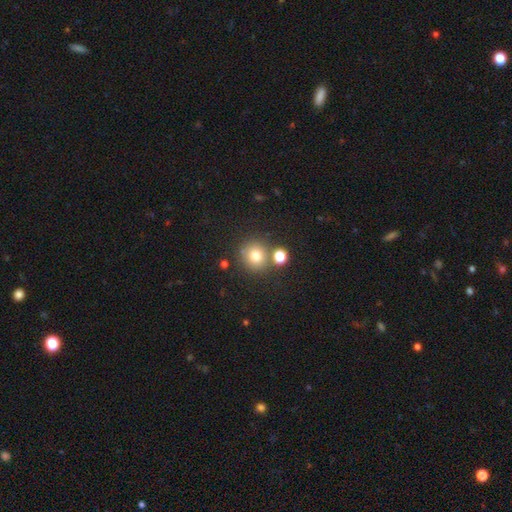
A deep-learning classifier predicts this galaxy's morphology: Smooth or featured? Predicted: smooth (p=0.77). How rounded? Predicted: round (p=0.90). Merging? Predicted: none (p=0.72).